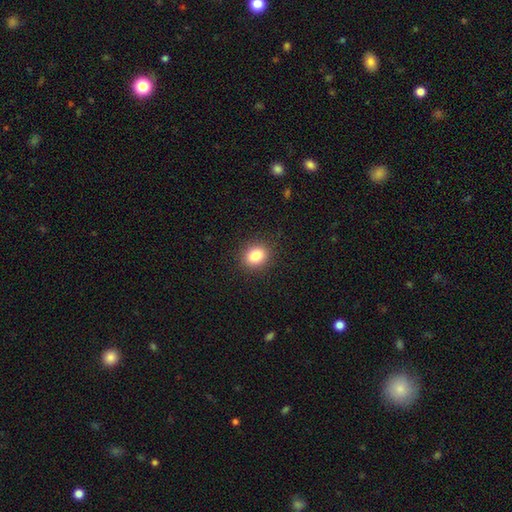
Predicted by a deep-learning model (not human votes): Q: Smooth or featured?
A: smooth (84%); runner-up: star or artifact (10%)
Q: How rounded?
A: round (56%); runner-up: in between (43%)
Q: Merging?
A: none (90%); runner-up: minor disturbance (7%)